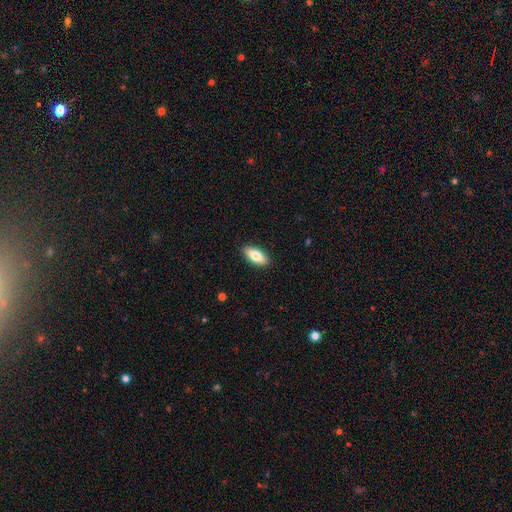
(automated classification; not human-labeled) A smooth galaxy with no disk features (76%) that is in between round and cigar-shaped (79%). Merging: none (89%).